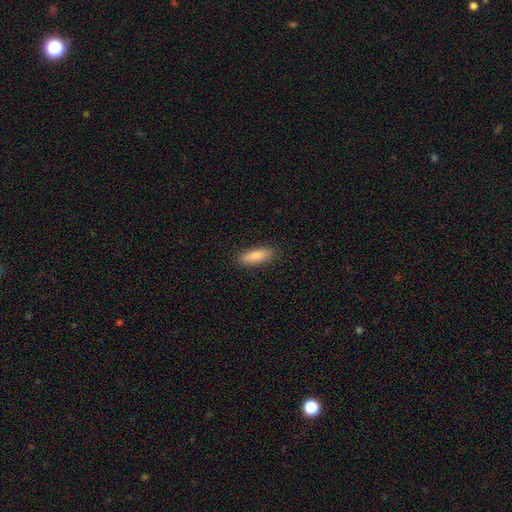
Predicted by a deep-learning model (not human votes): Morphology: type=smooth (85%); roundness=in between (58%); merging=none (88%).